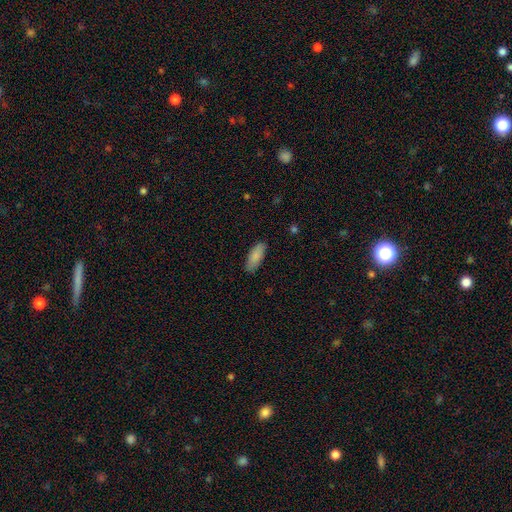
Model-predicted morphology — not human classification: Smooth or featured: smooth — 87% (featured or disk — 7%)
How rounded: in between — 76% (cigar-shaped — 22%)
Merging: none — 86% (minor disturbance — 11%)